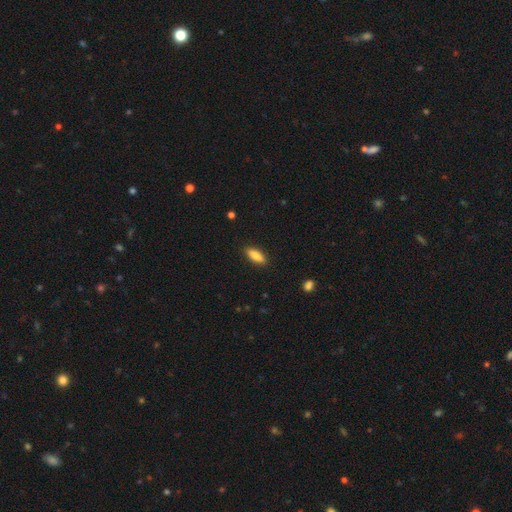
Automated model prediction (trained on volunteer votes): Morphology: type=smooth (84%); roundness=in between (69%); merging=none (88%).